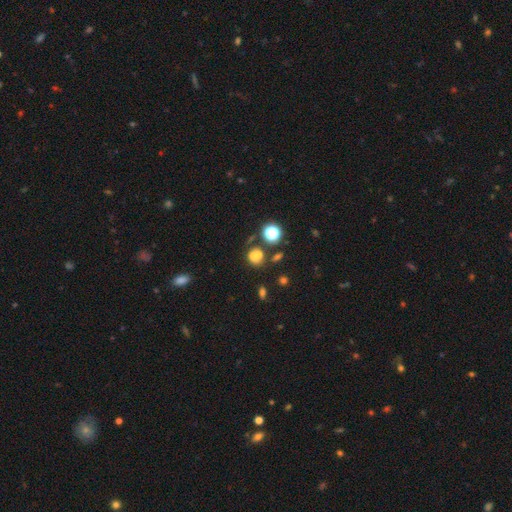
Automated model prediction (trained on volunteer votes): smooth-or-featured: smooth: 65% | star or artifact: 22% | featured or disk: 13%
  how-rounded: round: 75% | in between: 23% | cigar-shaped: 1%
  merging: none: 50% | merger: 26% | minor disturbance: 16% | major disturbance: 9%